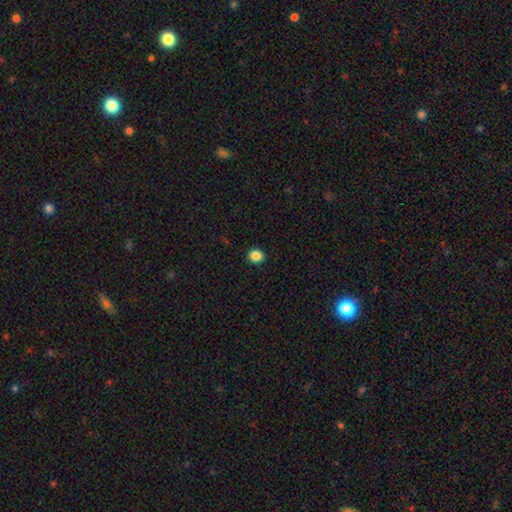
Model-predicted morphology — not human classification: smooth_or_featured: smooth (p=0.86) [alt: star or artifact p=0.11]
how_rounded: round (p=0.86) [alt: in between p=0.13]
merging: none (p=0.93) [alt: minor disturbance p=0.05]